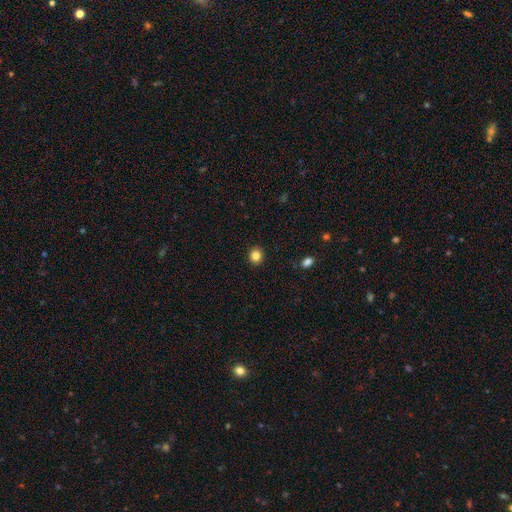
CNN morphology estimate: smooth_or_featured: smooth (p=0.84) [alt: star or artifact p=0.11]
how_rounded: round (p=0.81) [alt: in between p=0.18]
merging: none (p=0.92) [alt: minor disturbance p=0.06]